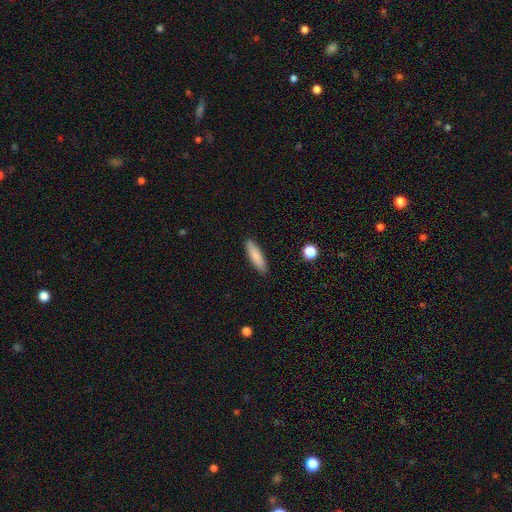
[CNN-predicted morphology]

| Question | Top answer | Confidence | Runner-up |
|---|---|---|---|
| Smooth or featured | smooth | 83% | featured or disk (10%) |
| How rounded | cigar-shaped | 69% | in between (29%) |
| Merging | none | 90% | minor disturbance (7%) |